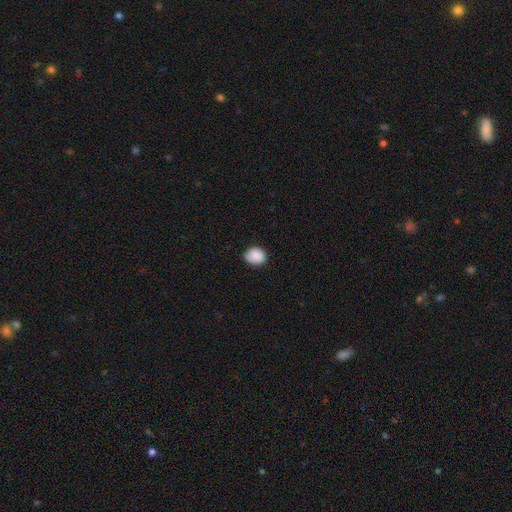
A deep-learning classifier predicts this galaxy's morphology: This appears to be a smooth galaxy with no disk features (85%) that is round (56%). Merging: none (78%).